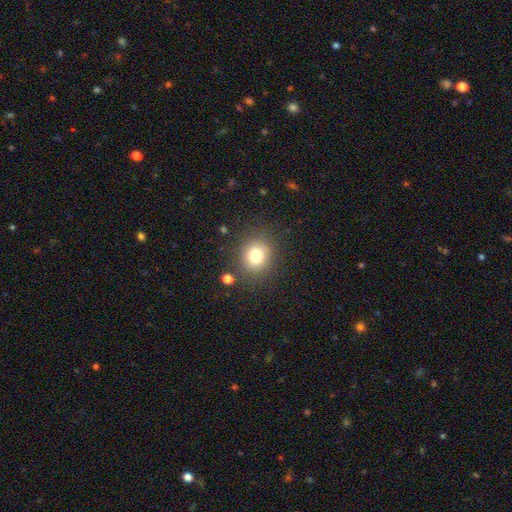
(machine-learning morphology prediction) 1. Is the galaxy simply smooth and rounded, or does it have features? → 78% smooth, 13% star or artifact, 9% featured or disk.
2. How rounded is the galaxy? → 80% round, 19% in between, 1% cigar-shaped.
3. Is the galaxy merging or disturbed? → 84% none, 10% minor disturbance, 4% major disturbance, 3% merger.